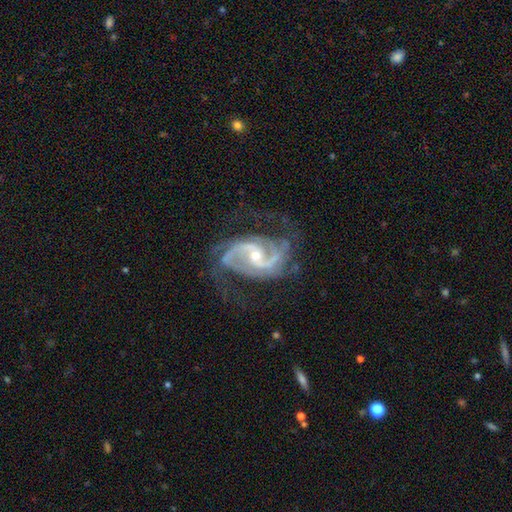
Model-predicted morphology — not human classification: A featured or disk galaxy (93%) with a weak bar (42%), 2 (80%) medium (56%) spiral arms (98%) and a small central bulge (53%). Merging: none (62%).